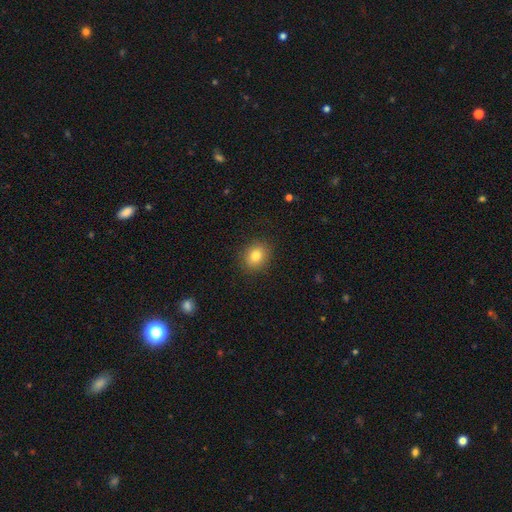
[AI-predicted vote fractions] smooth_or_featured: smooth (p=0.82) [alt: star or artifact p=0.10]
how_rounded: round (p=0.57) [alt: in between p=0.42]
merging: none (p=0.88) [alt: minor disturbance p=0.09]